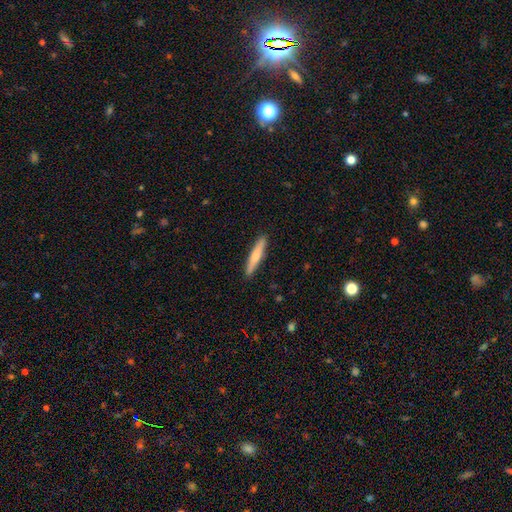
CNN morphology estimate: Smooth or featured?
  - smooth: 67% *
  - featured or disk: 28%
  - star or artifact: 5%
How rounded?
  - cigar-shaped: 92% *
  - in between: 7%
  - round: 1%
Merging?
  - none: 91% *
  - minor disturbance: 7%
  - major disturbance: 1%
  - merger: 1%